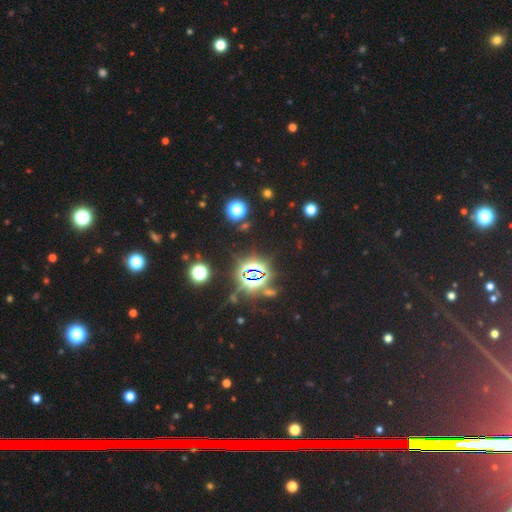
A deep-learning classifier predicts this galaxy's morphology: This appears to be a star or artifact, not a galaxy (80%).